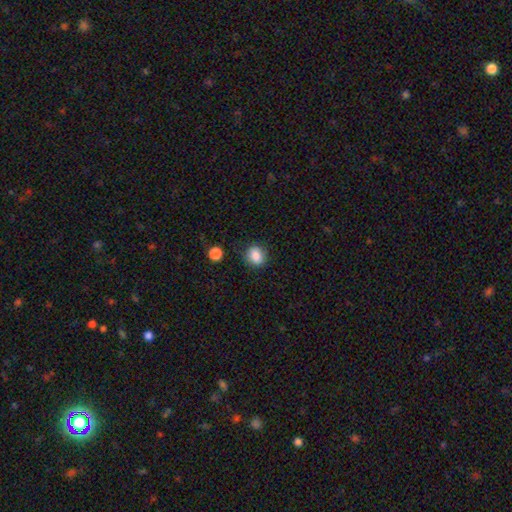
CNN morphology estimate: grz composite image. It shows a smooth galaxy with no disk features (85%) that is round (57%). Merging: none (82%).